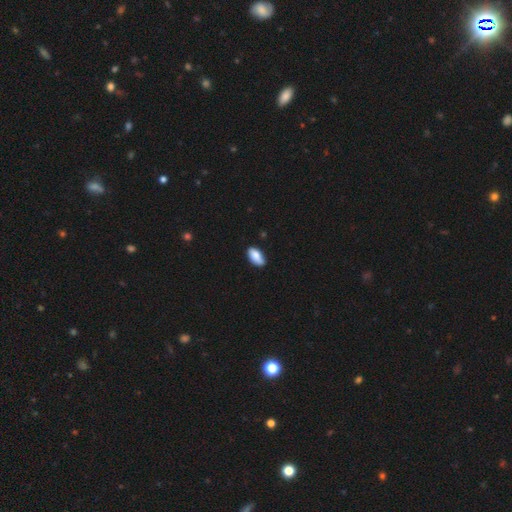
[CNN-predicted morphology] Overall: smooth (84%). How rounded: in between (93%). Merging: none (73%).